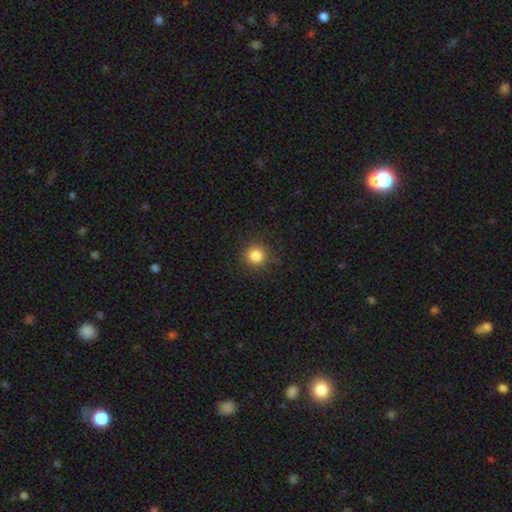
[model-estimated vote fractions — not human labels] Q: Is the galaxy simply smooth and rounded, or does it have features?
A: smooth — 84%.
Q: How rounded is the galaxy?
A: round — 94%.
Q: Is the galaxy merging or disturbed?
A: none — 89%.